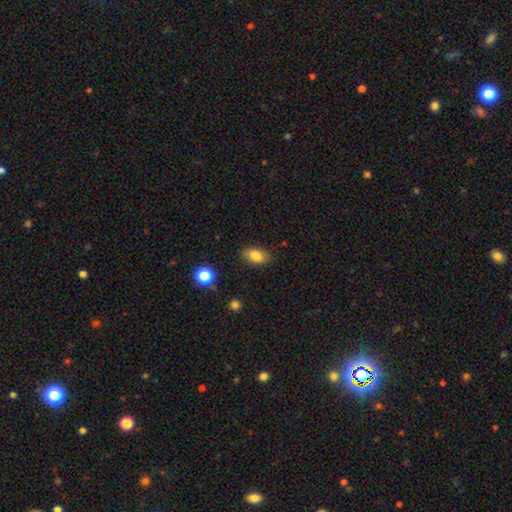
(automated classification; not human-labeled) Overall: smooth (83%). How rounded: in between (88%). Merging: none (83%).